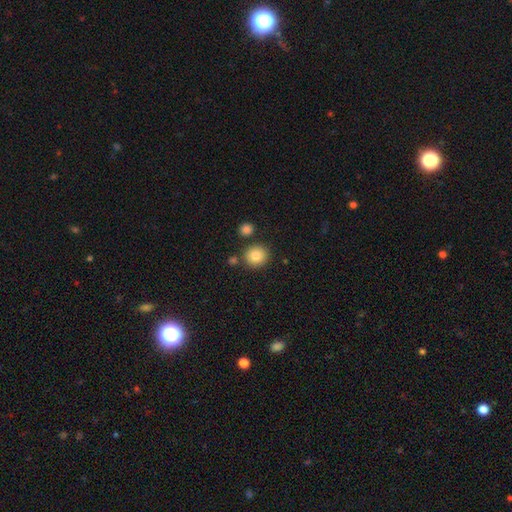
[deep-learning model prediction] smooth 86%, star or artifact 9%, featured or disk 5%. Down the decision tree: how rounded — round (88%); merging — none (81%).